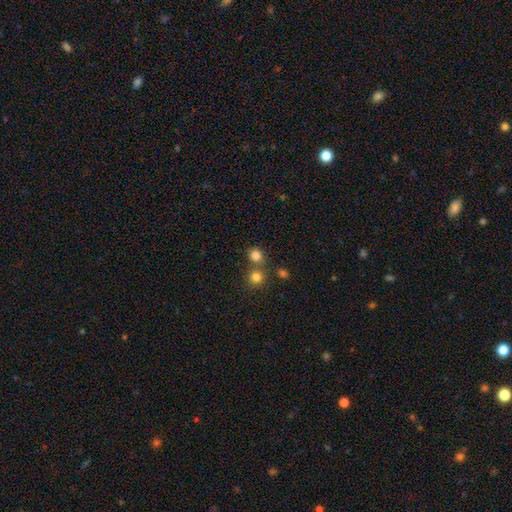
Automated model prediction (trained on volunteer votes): This appears to be a smooth galaxy with no disk features (81%) that is round (81%). Merging: none (63%).